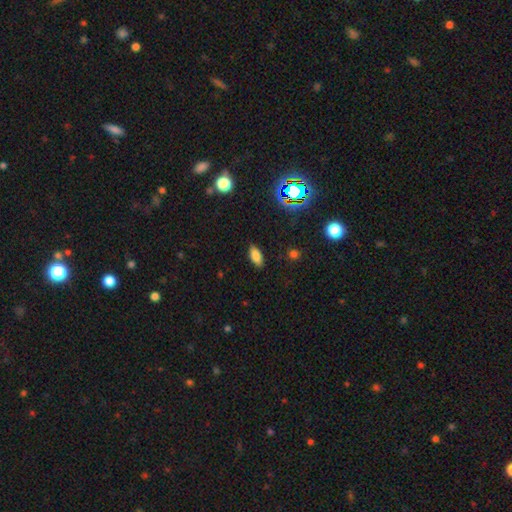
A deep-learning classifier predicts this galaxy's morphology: smooth-or-featured: smooth: 79% | star or artifact: 13% | featured or disk: 8%
  how-rounded: in between: 85% | cigar-shaped: 12% | round: 3%
  merging: none: 88% | minor disturbance: 9% | major disturbance: 2% | merger: 1%